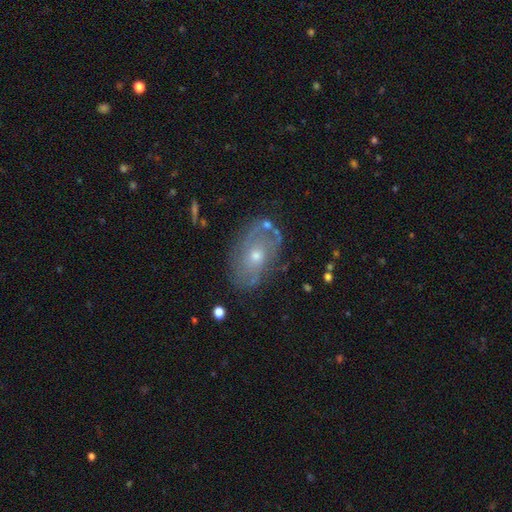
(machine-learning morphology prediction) smooth-or-featured: featured or disk: 62% | smooth: 29% | star or artifact: 9%
  disk-edge-on: no: 93% | yes: 7%
    bar: no: 85% | weak: 13% | strong: 3%
    has-spiral-arms: yes: 61% | no: 39%
    bulge-size: moderate: 48% (tied) | small: 48% (tied) | large: 2% | none: 1% | dominant: 1%
  merging: none: 69% | minor disturbance: 20% | major disturbance: 8% | merger: 4%